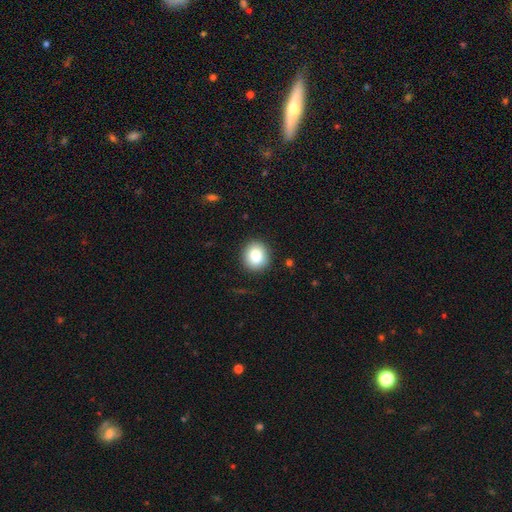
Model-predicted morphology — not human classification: A smooth galaxy with no disk features (86%) that is round (82%). Merging: none (89%).